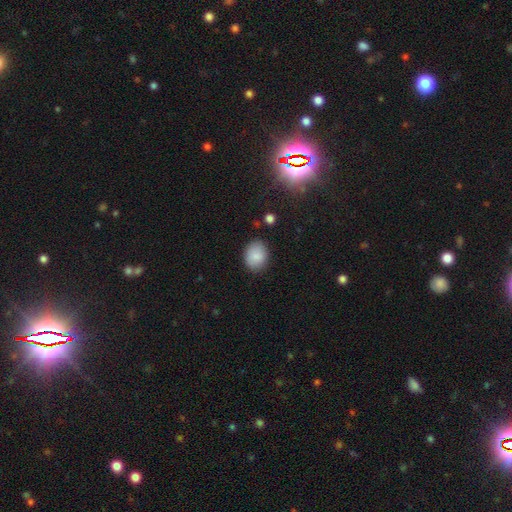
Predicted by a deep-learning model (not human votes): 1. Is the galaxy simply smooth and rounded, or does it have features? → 87% smooth, 8% star or artifact, 5% featured or disk.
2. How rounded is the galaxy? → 59% in between, 40% round, 1% cigar-shaped.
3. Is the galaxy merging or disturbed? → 82% none, 13% minor disturbance, 3% major disturbance, 2% merger.